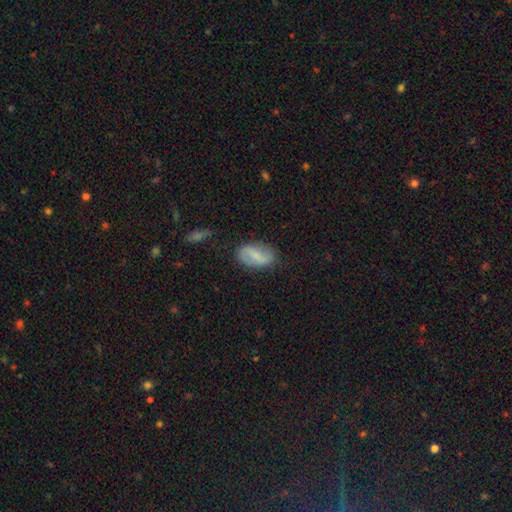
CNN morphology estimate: This is possibly a smooth galaxy (49%). Merging: likely none (79%).